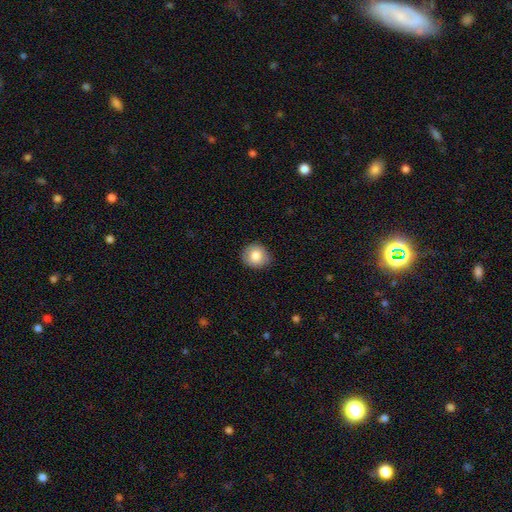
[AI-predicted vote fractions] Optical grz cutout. It shows a smooth galaxy with no disk features (83%) that is round (82%). Merging: none (85%).